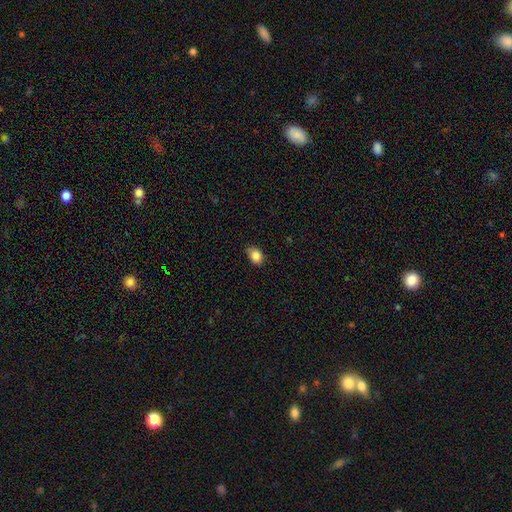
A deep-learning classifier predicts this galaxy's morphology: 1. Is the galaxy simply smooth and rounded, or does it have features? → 85% smooth, 9% star or artifact, 6% featured or disk.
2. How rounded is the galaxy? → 73% in between, 25% round, 1% cigar-shaped.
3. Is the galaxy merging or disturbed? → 74% none, 21% minor disturbance, 3% major disturbance, 1% merger.